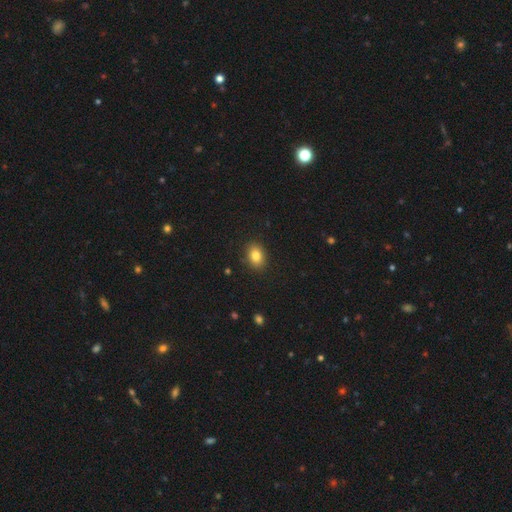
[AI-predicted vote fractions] Overall: smooth (83%). How rounded: in between (74%). Merging: none (88%).